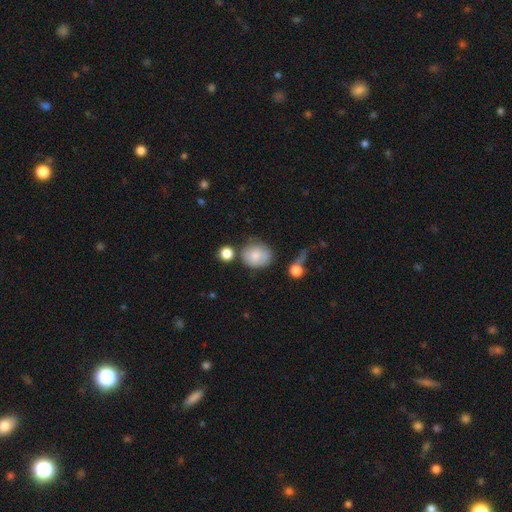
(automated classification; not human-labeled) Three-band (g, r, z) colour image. It shows a smooth galaxy with no disk features (79%) that is round (72%). Merging: none (58%).